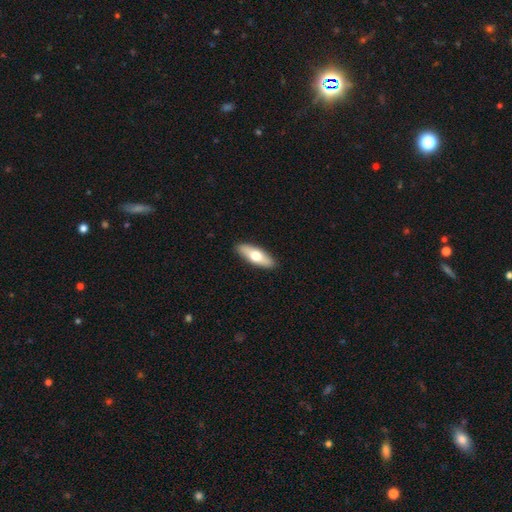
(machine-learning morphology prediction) This appears to be a smooth galaxy with no disk features (62%) that is in between round and cigar-shaped (60%). Merging: none (90%).